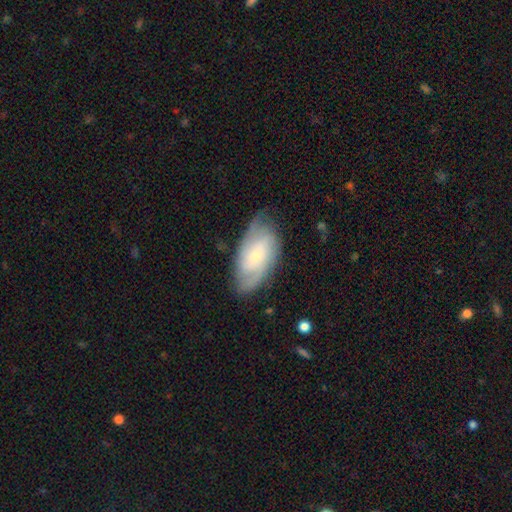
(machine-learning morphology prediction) type=featured or disk (69%); edge-on=no (94%); bar=no (58%); spiral arms=yes (91%); winding=tight (44%); arm count=2 (48%); bulge=small (69%); merging=none (73%).